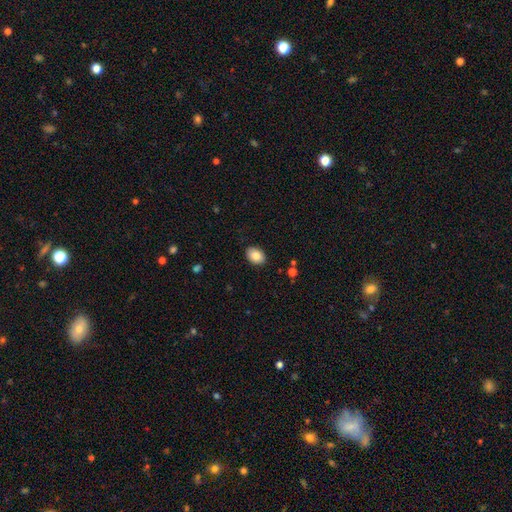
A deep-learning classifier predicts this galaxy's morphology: Smooth or featured? Predicted: smooth (p=0.84). How rounded? Predicted: in between (p=0.74). Merging? Predicted: none (p=0.88).